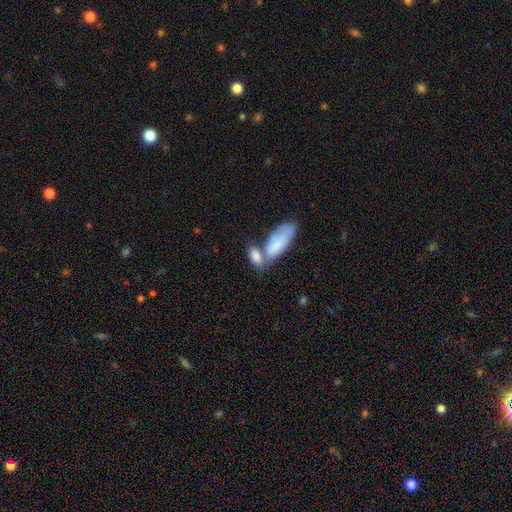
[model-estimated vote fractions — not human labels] This appears to be a smooth galaxy with no disk features (79%) that is in between round and cigar-shaped (79%). Merging: merger (56%).